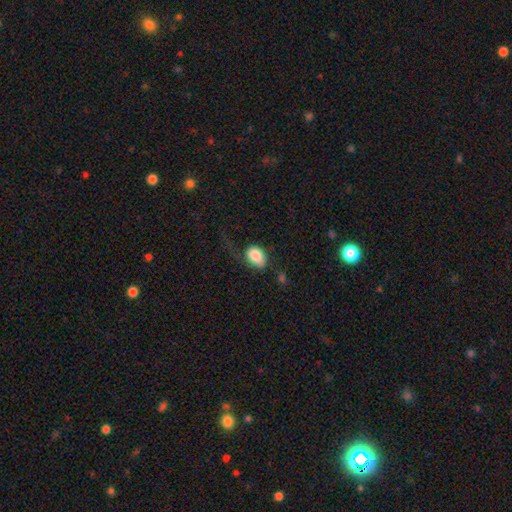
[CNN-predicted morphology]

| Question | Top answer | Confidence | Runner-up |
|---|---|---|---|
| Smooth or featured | smooth | 83% | featured or disk (10%) |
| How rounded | in between | 80% | round (19%) |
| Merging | none | 36% | major disturbance (31%) |